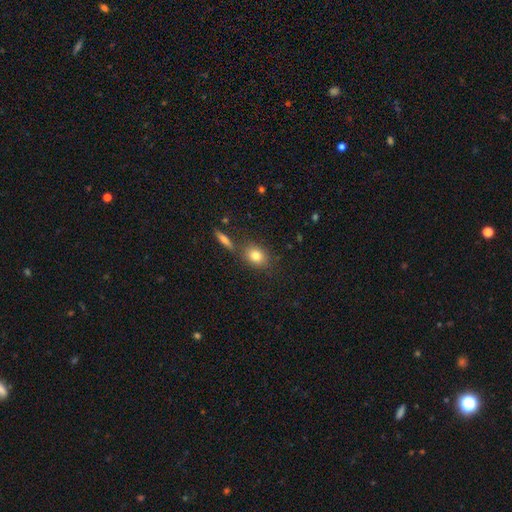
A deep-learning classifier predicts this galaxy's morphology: smooth 80%, featured or disk 11%, star or artifact 10%. Down the decision tree: how rounded — in between (58%); merging — none (75%).